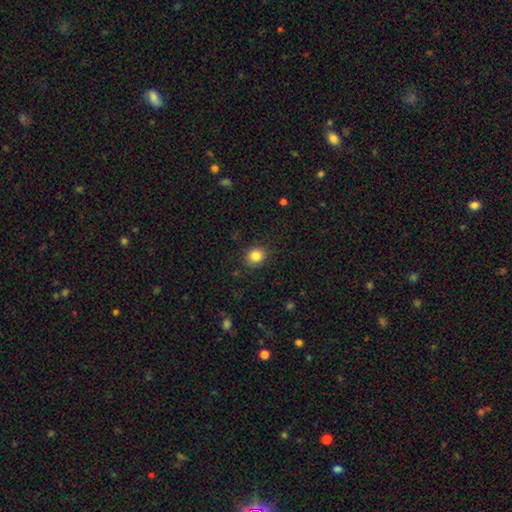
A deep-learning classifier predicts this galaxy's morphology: Overall: smooth (84%). How rounded: round (77%). Merging: none (88%).